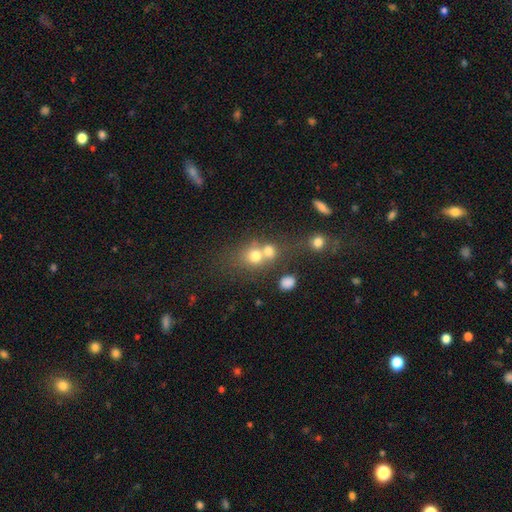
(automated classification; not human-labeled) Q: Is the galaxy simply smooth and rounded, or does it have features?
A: smooth — 70%.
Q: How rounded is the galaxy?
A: round — 76%.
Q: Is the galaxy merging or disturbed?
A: merger — 53%.